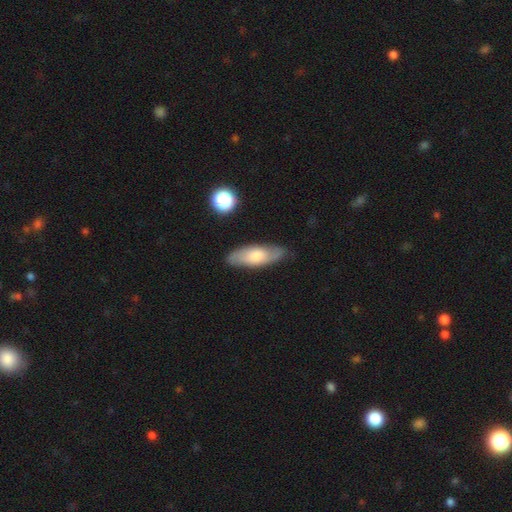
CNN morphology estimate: smooth 55%, featured or disk 38%, star or artifact 7%. Down the decision tree: how rounded — in between (60%); merging — none (80%).